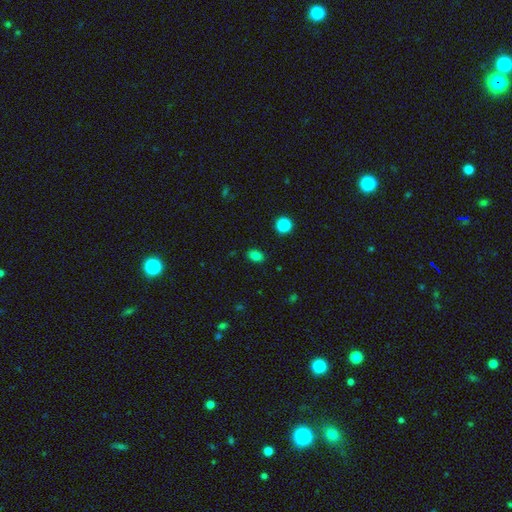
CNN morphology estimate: A smooth galaxy with no disk features (83%) that is in between round and cigar-shaped (77%).

Vote fractions:
- Smooth or featured? smooth: 83% / star or artifact: 14% / featured or disk: 4%
- How rounded? in between: 77% / round: 21% / cigar-shaped: 2%
- Merging? none: 87% / minor disturbance: 9% / major disturbance: 3% / merger: 1%